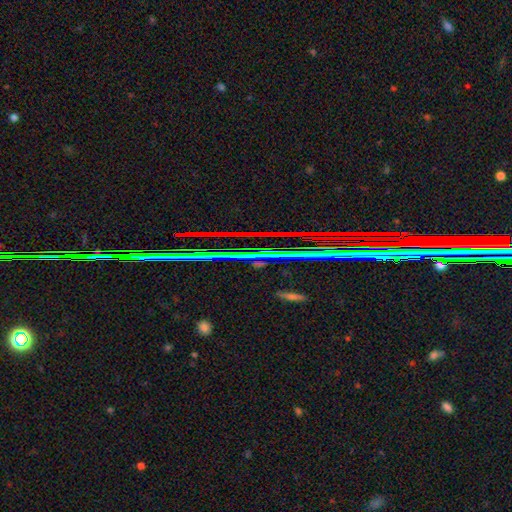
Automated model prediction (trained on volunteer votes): Q: Smooth or featured?
A: star or artifact (82%); runner-up: featured or disk (10%)